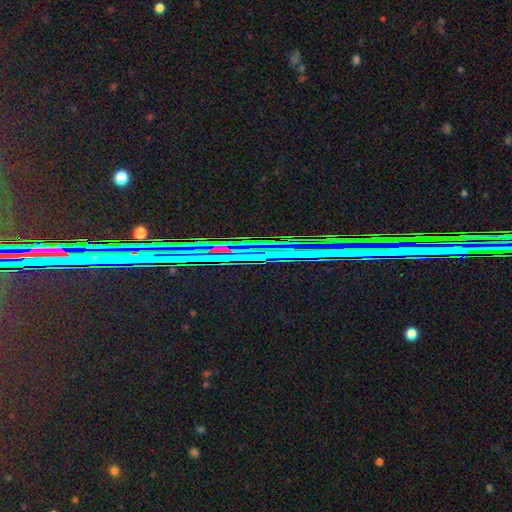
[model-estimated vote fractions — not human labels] Smooth or featured: star or artifact — 82% (featured or disk — 10%)